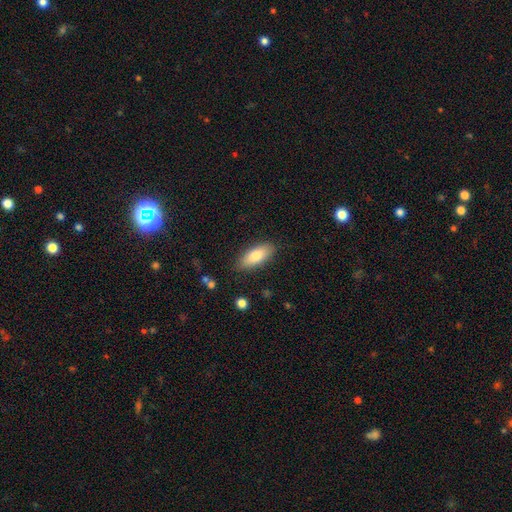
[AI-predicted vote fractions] Smooth or featured? Predicted: smooth (p=0.79). How rounded? Predicted: in between (p=0.78). Merging? Predicted: none (p=0.86).